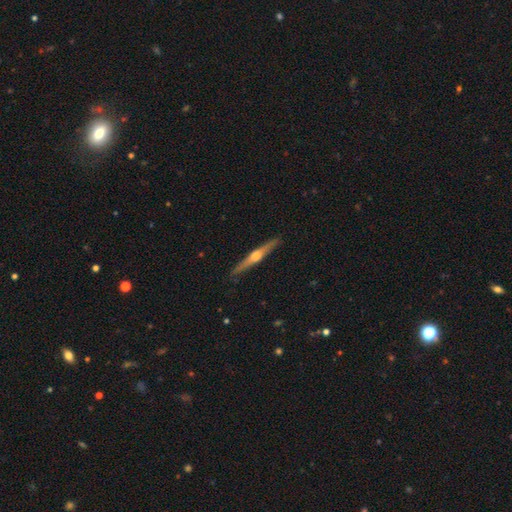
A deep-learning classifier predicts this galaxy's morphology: Smooth or featured?
  - featured or disk: 75% *
  - smooth: 20%
  - star or artifact: 5%
Edge-on disk?
  - yes: 98% *
  - no: 2%
Edge-on bulge?
  - rounded: 92% *
  - boxy: 4%
  - none: 4%
Merging?
  - none: 90% *
  - minor disturbance: 8%
  - major disturbance: 1%
  - merger: 1%